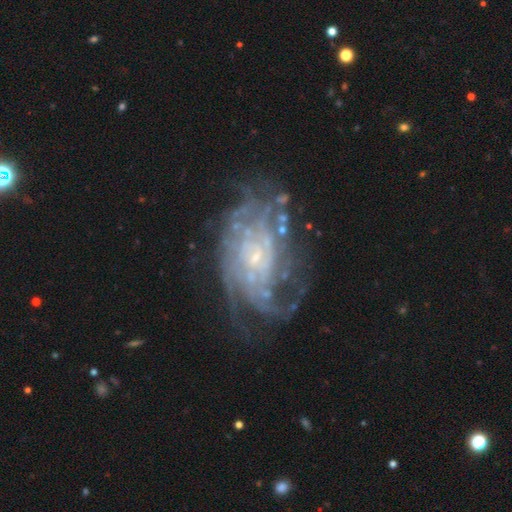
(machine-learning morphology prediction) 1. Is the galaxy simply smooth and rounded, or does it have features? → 85% featured or disk, 8% star or artifact, 7% smooth.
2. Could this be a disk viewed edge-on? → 96% no, 4% yes.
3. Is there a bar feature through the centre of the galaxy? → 71% no, 23% weak, 6% strong.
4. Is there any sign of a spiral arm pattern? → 91% yes, 9% no.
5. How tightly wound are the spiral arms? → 60% tight, 29% medium, 11% loose.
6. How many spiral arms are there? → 43% can't tell, 15% 4, 15% more than 4, 11% 3, 10% 2, 6% 1.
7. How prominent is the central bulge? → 78% small, 13% moderate, 7% none, 2% large, 1% dominant.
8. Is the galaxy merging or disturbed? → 61% none, 19% minor disturbance, 17% major disturbance, 3% merger.